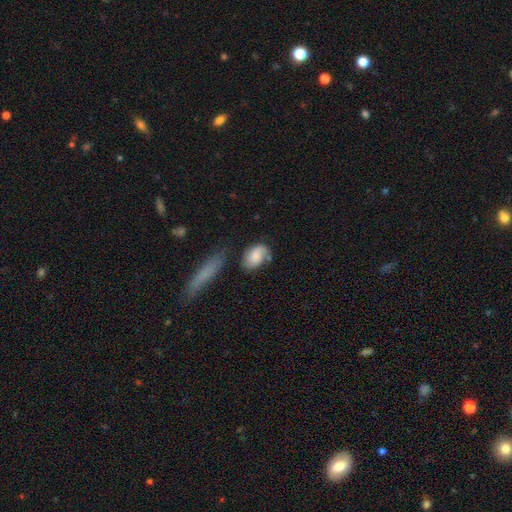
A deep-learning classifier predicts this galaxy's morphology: smooth 69%, featured or disk 24%, star or artifact 7%. Down the decision tree: how rounded — in between (85%); merging — none (53%).